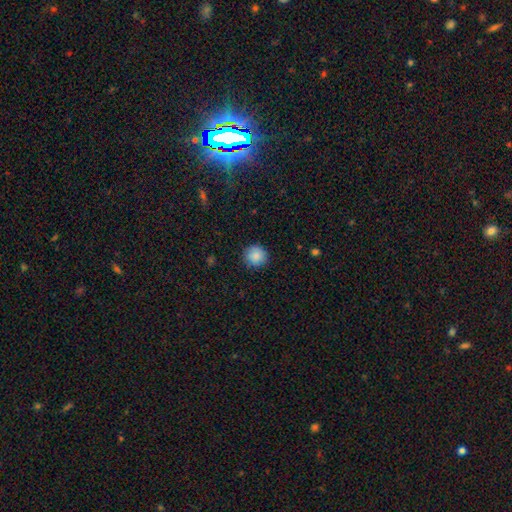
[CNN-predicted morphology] Overall: smooth (86%). How rounded: round (92%). Merging: none (86%).